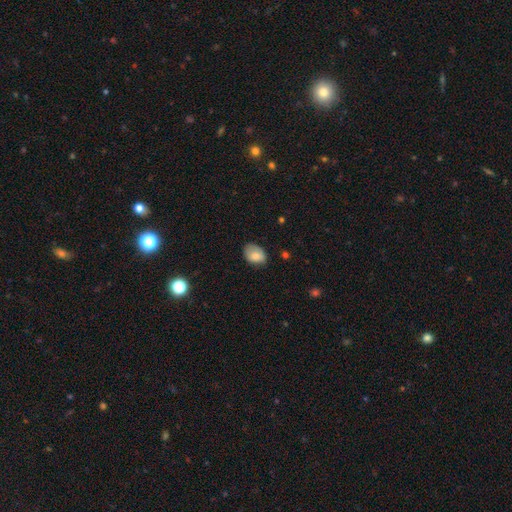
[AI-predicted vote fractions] Smooth or featured? Predicted: smooth (p=0.78). How rounded? Predicted: in between (p=0.80). Merging? Predicted: none (p=0.63).